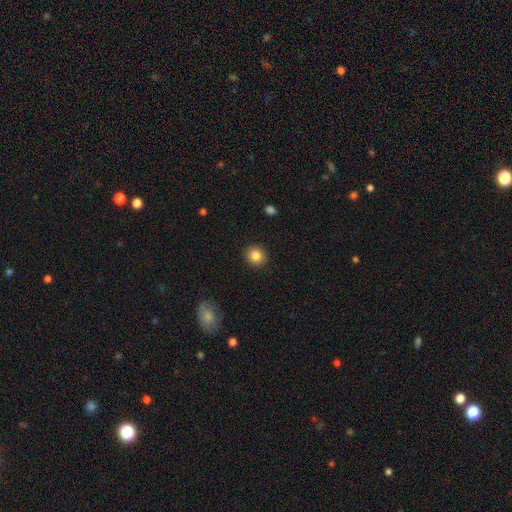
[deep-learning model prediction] Overall: smooth (85%). How rounded: round (83%). Merging: none (91%).